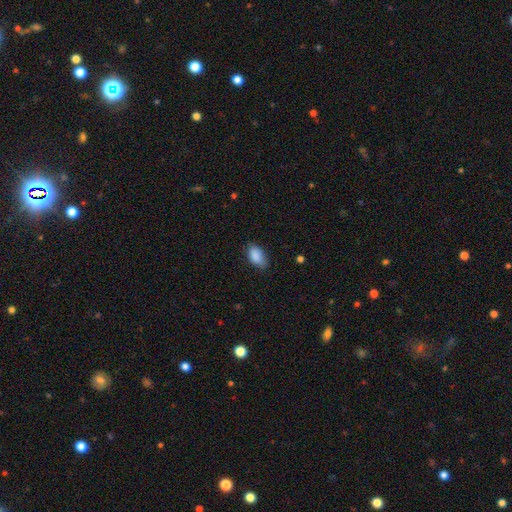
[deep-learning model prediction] Smooth or featured? Predicted: smooth (p=0.88). How rounded? Predicted: in between (p=0.92). Merging? Predicted: none (p=0.75).